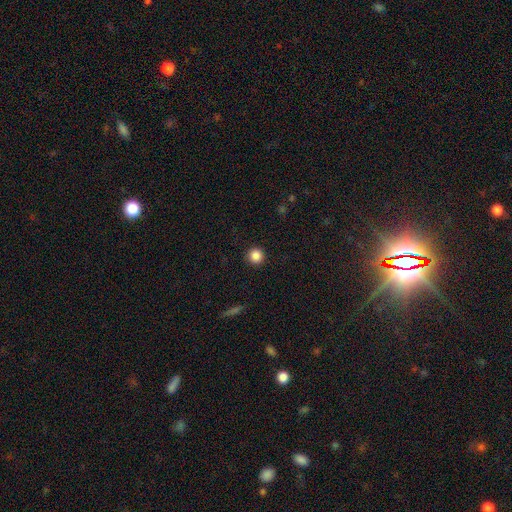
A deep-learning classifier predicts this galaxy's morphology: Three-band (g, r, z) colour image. It shows a smooth galaxy with no disk features (86%) that is round (96%). Merging: none (93%).